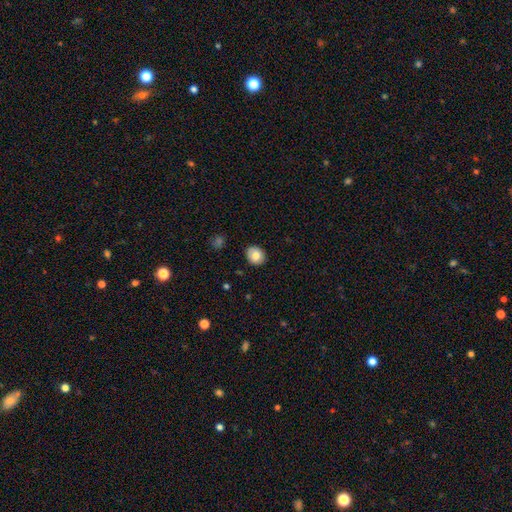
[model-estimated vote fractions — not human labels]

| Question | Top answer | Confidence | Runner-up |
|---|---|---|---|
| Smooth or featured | smooth | 81% | featured or disk (11%) |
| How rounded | round | 77% | in between (22%) |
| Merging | none | 89% | minor disturbance (8%) |